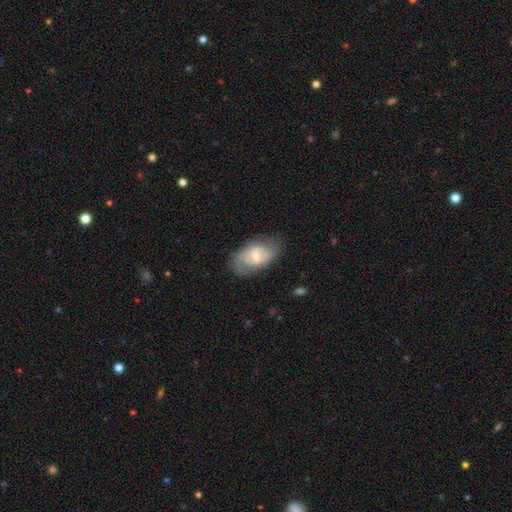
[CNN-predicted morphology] featured or disk 53%, smooth 40%, star or artifact 7%. Down the decision tree: edge-on disk — no (93%); merging — none (74%).